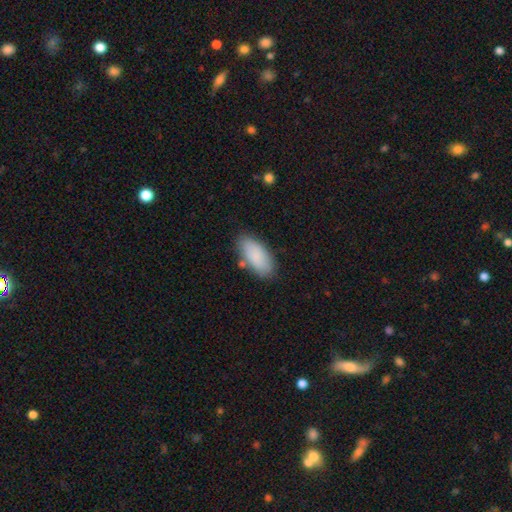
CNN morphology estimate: Smooth or featured? Predicted: smooth (p=0.86). How rounded? Predicted: in between (p=0.90). Merging? Predicted: none (p=0.79).